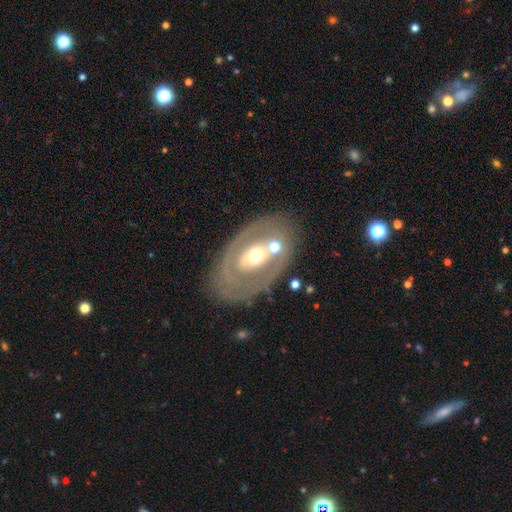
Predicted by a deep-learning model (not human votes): Smooth or featured? Predicted: featured or disk (p=0.71). Edge-on disk? Predicted: no (p=0.92). Bar? Predicted: no (p=0.63). Spiral arms? Predicted: no (p=0.63). Bulge size? Predicted: moderate (p=0.66). Merging? Predicted: none (p=0.72).